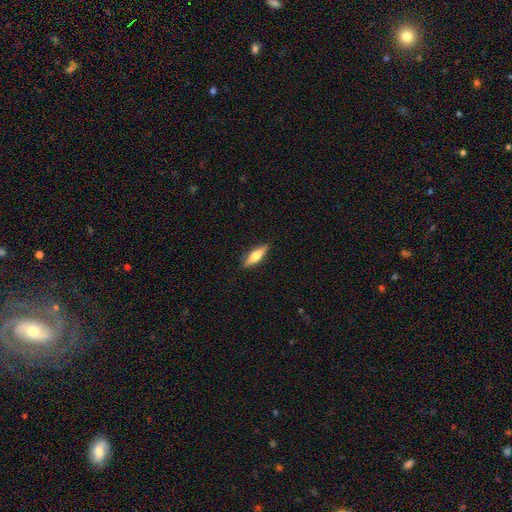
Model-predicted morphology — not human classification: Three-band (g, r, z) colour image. It shows a smooth galaxy with no disk features (57%) that is cigar-shaped (59%). Merging: none (87%).